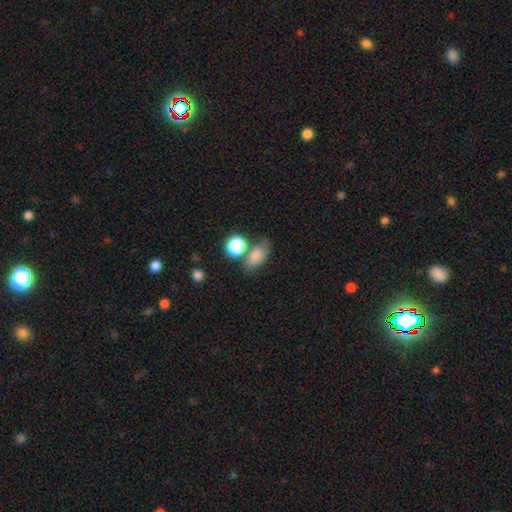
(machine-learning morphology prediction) The model was most divided on "merging": none: 55%, minor disturbance: 19%, merger: 18%, major disturbance: 8%. More confident: how rounded — in between (80%); smooth or featured — smooth (80%).